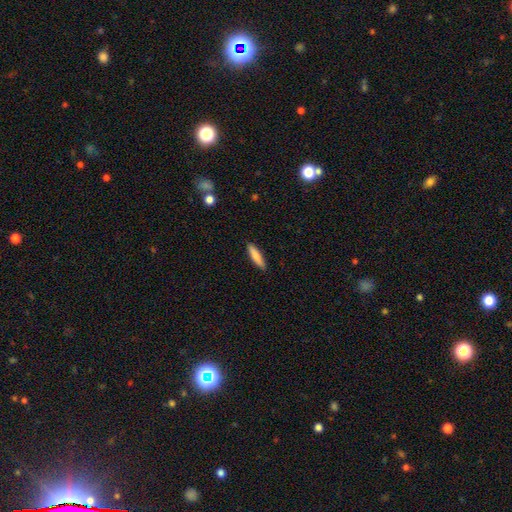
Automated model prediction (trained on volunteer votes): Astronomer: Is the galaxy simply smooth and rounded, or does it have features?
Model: smooth — 81%.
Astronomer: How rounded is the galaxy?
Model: cigar-shaped — 81%.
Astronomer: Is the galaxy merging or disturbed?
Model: none — 90%.